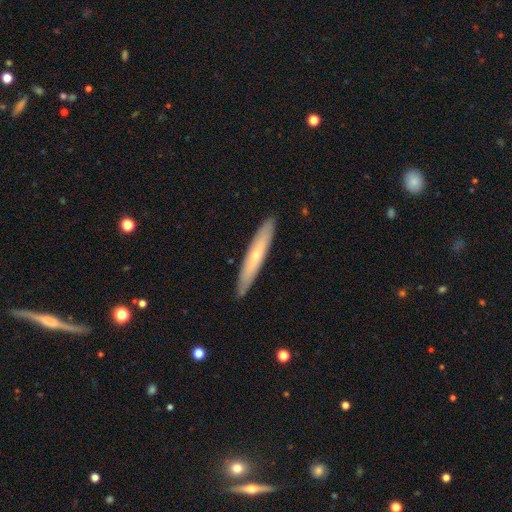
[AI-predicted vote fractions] smooth-or-featured: smooth: 48% | featured or disk: 47% | star or artifact: 5%
  merging: none: 89% | minor disturbance: 9% | major disturbance: 1% | merger: 1%